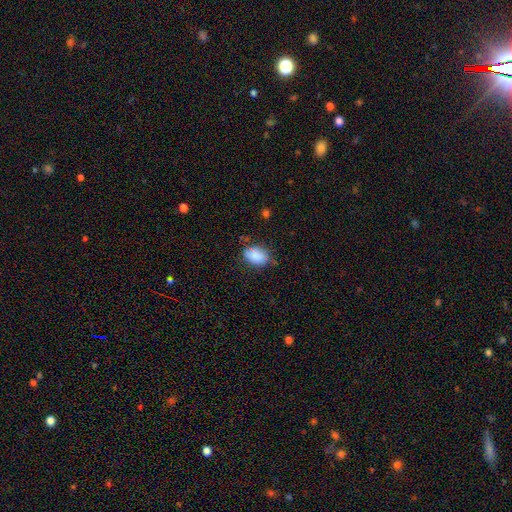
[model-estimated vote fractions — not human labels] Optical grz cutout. It shows a smooth galaxy with no disk features (87%) that is in between round and cigar-shaped (79%). Merging: none (69%).